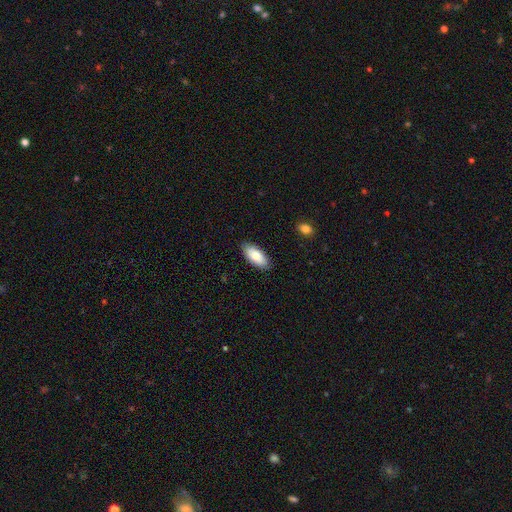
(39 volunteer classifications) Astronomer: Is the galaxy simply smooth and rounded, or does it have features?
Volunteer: smooth — 74%.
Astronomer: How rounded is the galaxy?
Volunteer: in between — 90%.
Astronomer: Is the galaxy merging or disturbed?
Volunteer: none — 95%.